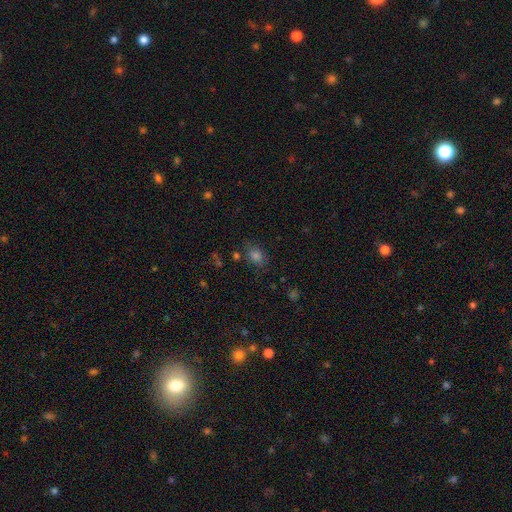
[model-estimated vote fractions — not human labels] smooth 69%, star or artifact 23%, featured or disk 8%. Down the decision tree: how rounded — round (52%); merging — none (76%).